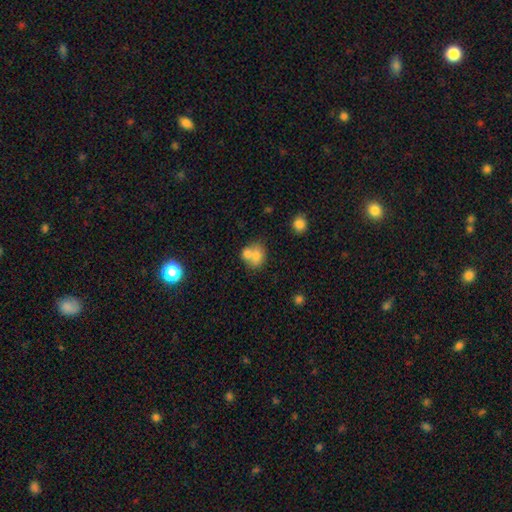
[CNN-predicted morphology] Smooth or featured? smooth (70%)
How rounded? round (64%)
Merging? merger (57%)